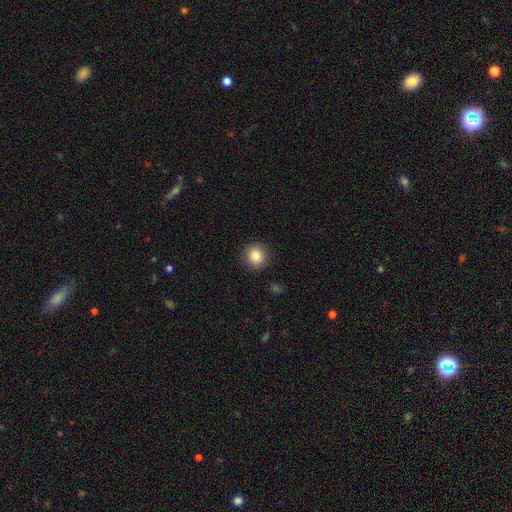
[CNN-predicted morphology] A smooth galaxy with no disk features (83%) that is round (93%). Merging: none (91%).